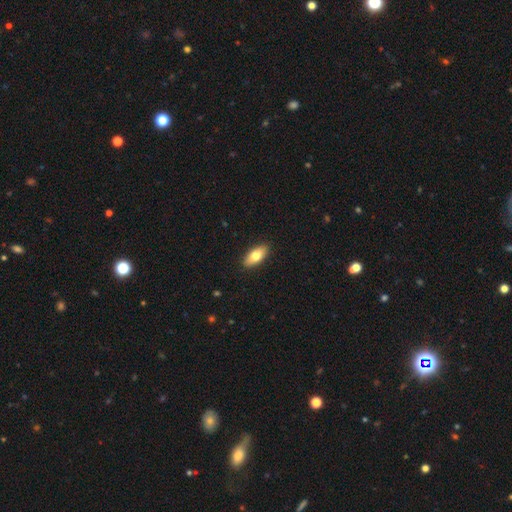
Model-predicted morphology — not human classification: A smooth galaxy with no disk features (74%) that is in between round and cigar-shaped (84%).

Vote fractions:
- Smooth or featured? smooth: 74% / featured or disk: 20% / star or artifact: 6%
- How rounded? in between: 84% / cigar-shaped: 13% / round: 3%
- Merging? none: 90% / minor disturbance: 8% / major disturbance: 2% / merger: 1%